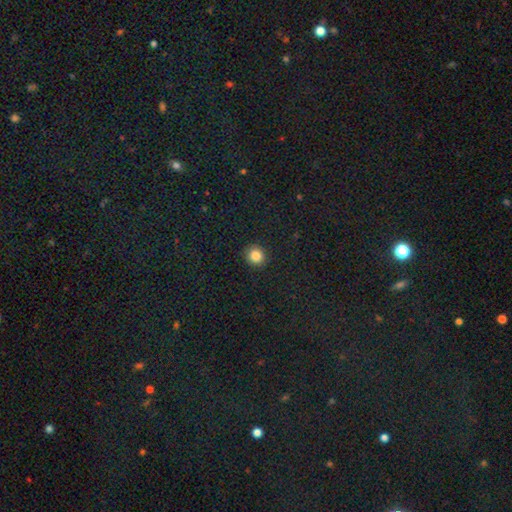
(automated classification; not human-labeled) Overall: smooth (85%). How rounded: round (91%). Merging: none (91%).